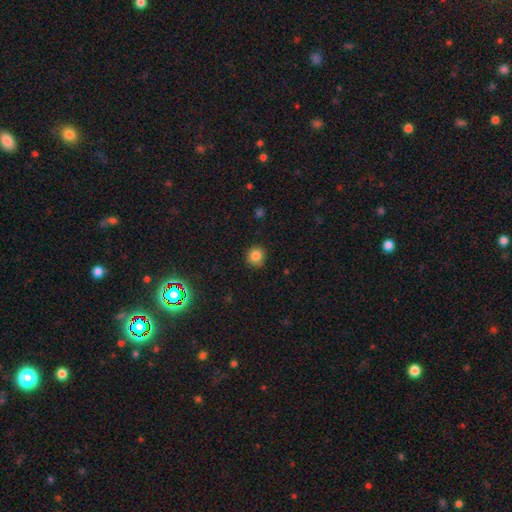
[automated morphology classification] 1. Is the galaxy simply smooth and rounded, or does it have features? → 84% smooth, 11% star or artifact, 5% featured or disk.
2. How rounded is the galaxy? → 91% round, 9% in between, 1% cigar-shaped.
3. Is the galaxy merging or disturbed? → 86% none, 10% minor disturbance, 2% major disturbance, 1% merger.